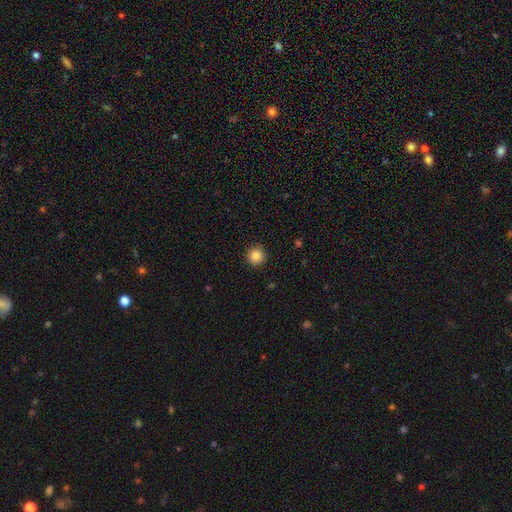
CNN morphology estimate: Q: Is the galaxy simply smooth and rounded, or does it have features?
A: smooth — 85%.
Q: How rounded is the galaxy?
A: round — 96%.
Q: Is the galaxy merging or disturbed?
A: none — 92%.